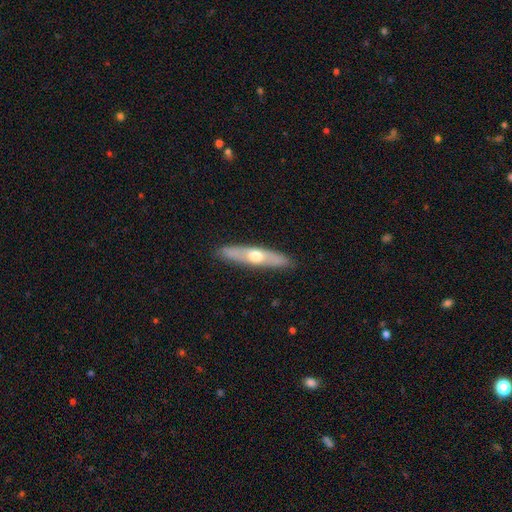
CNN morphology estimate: Smooth or featured: featured or disk — 51% (smooth — 44%)
Edge-on disk: yes — 74% (no — 26%)
Merging: none — 88% (minor disturbance — 9%)